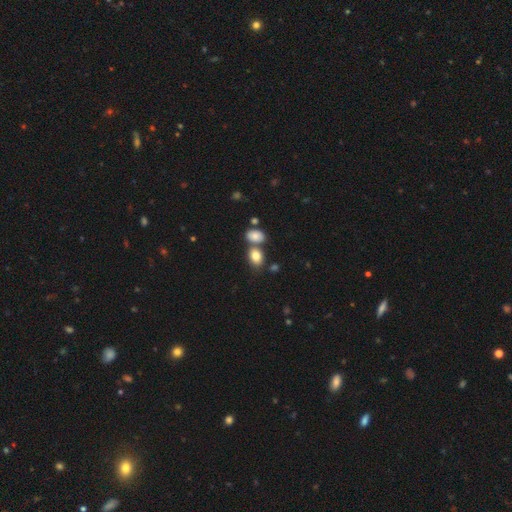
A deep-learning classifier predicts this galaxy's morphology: type=smooth (82%); roundness=in between (73%); merging=none (51%).